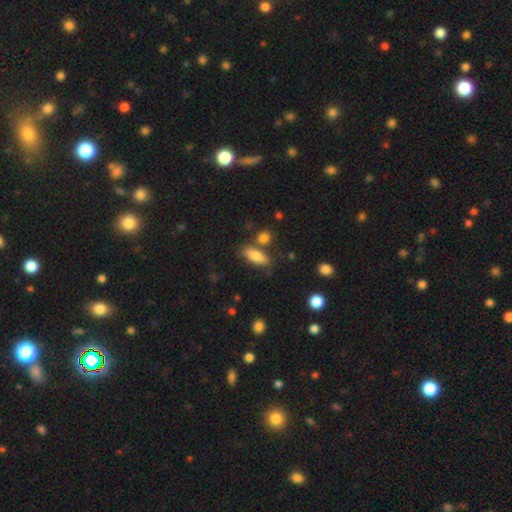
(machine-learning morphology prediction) The model was most divided on "how rounded": in between: 65%, cigar-shaped: 32%, round: 3%. More confident: smooth or featured — smooth (80%); merging — none (72%).